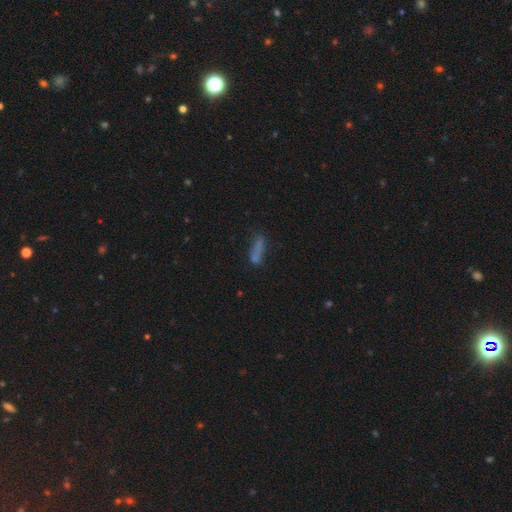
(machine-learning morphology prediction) A smooth galaxy with no disk features (68%) that is cigar-shaped (68%).

Vote fractions:
- Smooth or featured? smooth: 68% / star or artifact: 16% / featured or disk: 16%
- How rounded? cigar-shaped: 68% / in between: 28% / round: 3%
- Merging? none: 63% / minor disturbance: 20% / major disturbance: 10% / merger: 8%